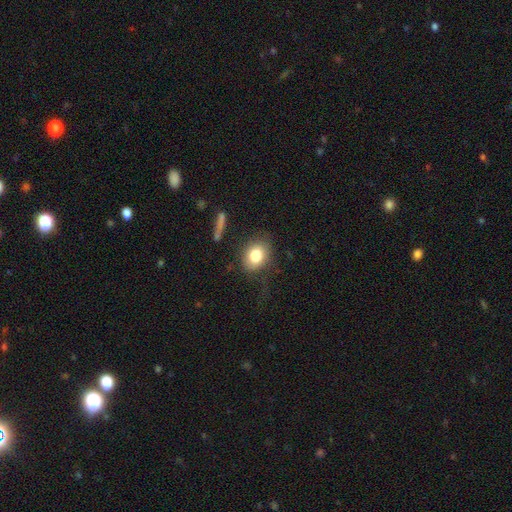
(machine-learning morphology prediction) type=smooth (79%); roundness=in between (51%); merging=none (76%).